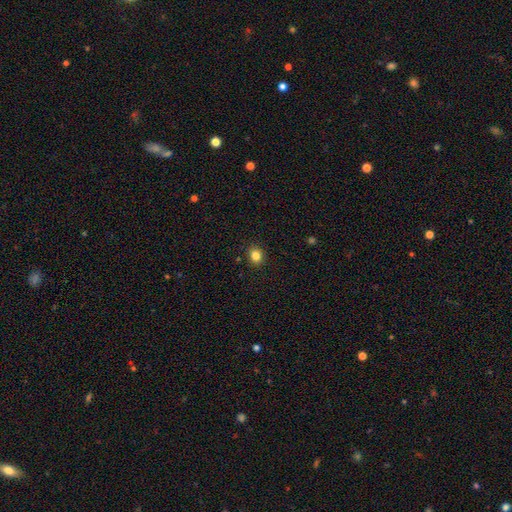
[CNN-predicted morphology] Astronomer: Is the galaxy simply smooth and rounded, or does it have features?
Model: smooth — 84%.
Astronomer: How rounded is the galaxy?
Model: round — 67%.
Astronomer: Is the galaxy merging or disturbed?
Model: none — 90%.